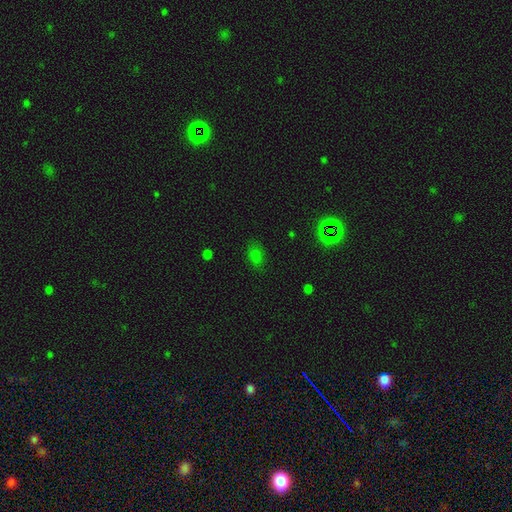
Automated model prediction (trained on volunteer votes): Smooth or featured: smooth — 72% (star or artifact — 22%)
How rounded: in between — 83% (round — 15%)
Merging: none — 77% (minor disturbance — 16%)